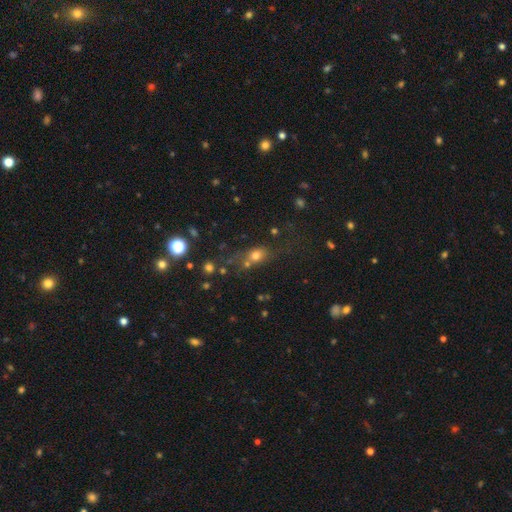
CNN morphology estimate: Smooth or featured? Predicted: smooth (p=0.64). How rounded? Predicted: round (p=0.49). Merging? Predicted: none (p=0.52).